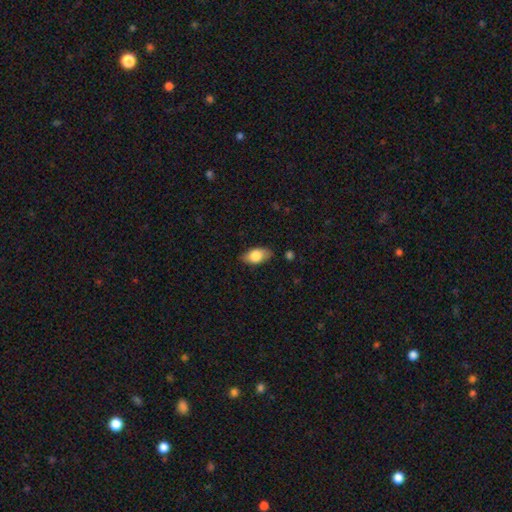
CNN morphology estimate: smooth 79%, featured or disk 14%, star or artifact 7%. Down the decision tree: how rounded — in between (91%); merging — none (81%).